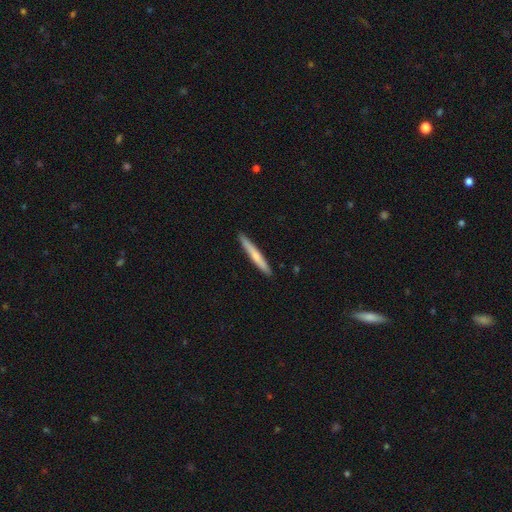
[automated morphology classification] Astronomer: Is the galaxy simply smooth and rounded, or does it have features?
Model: smooth — 59% (runner-up: featured or disk, 35%).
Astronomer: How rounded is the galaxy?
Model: cigar-shaped — 96%.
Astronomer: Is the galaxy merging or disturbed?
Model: none — 91%.